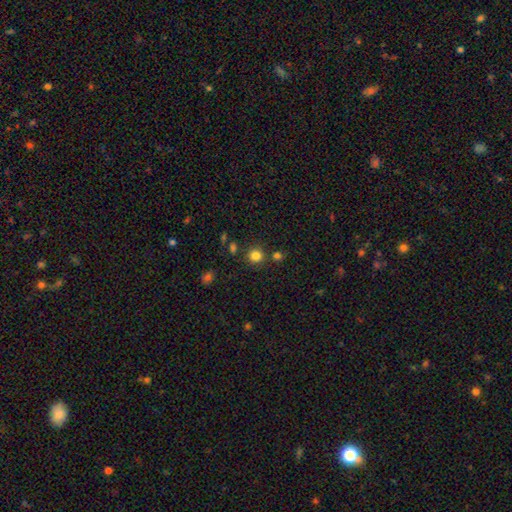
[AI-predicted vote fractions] smooth 82%, star or artifact 13%, featured or disk 5%. Down the decision tree: how rounded — round (92%); merging — none (83%).